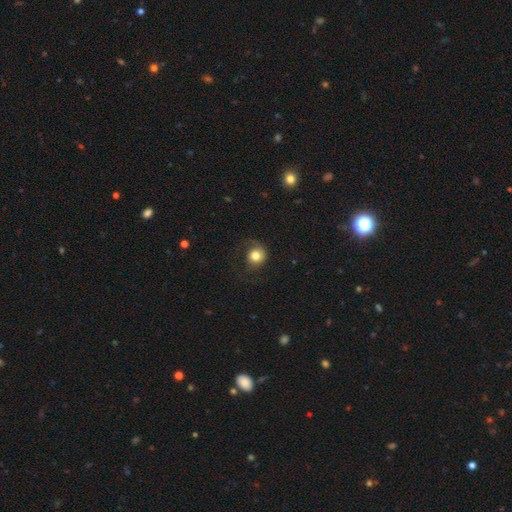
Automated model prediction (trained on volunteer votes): Overall: smooth (75%). How rounded: round (85%). Merging: none (53%; major disturbance 24%).